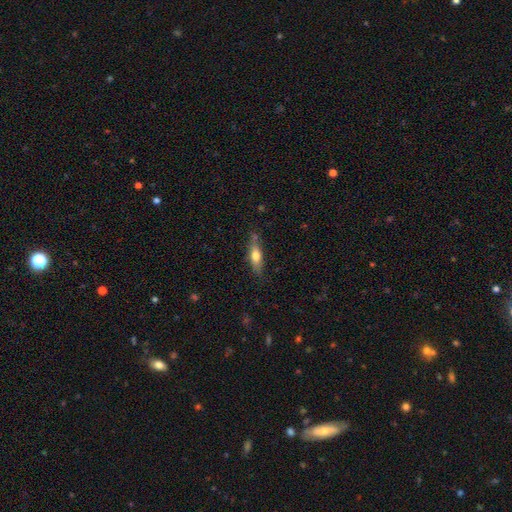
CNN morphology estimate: The model was most divided on "how rounded": cigar-shaped: 56%, in between: 41%, round: 3%. More confident: merging — none (75%); smooth or featured — smooth (63%).